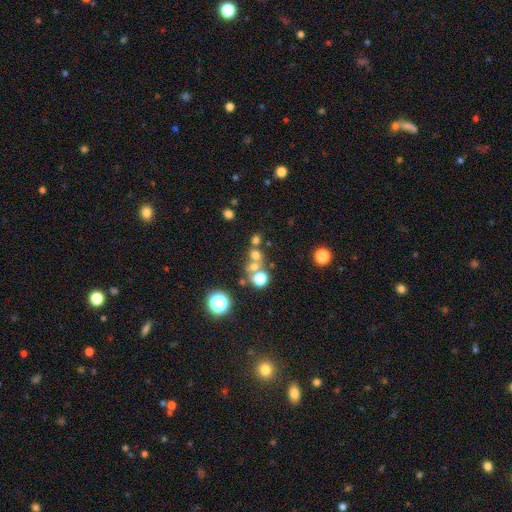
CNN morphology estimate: A smooth galaxy with no disk features (59%) that is round (83%). Merging: none (48%).